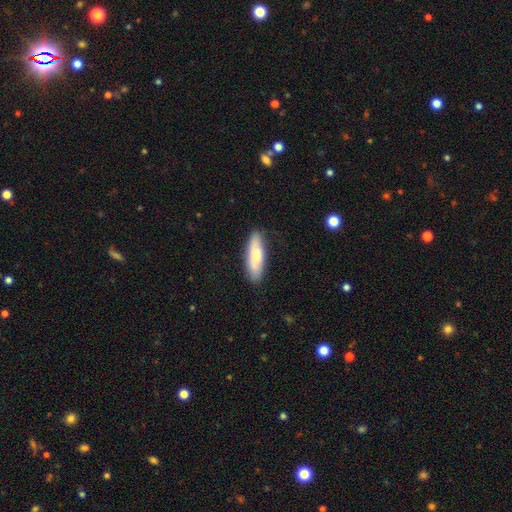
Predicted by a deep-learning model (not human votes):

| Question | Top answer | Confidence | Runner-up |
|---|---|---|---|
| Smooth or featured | smooth | 72% | featured or disk (22%) |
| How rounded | cigar-shaped | 54% | in between (45%) |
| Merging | none | 84% | minor disturbance (12%) |